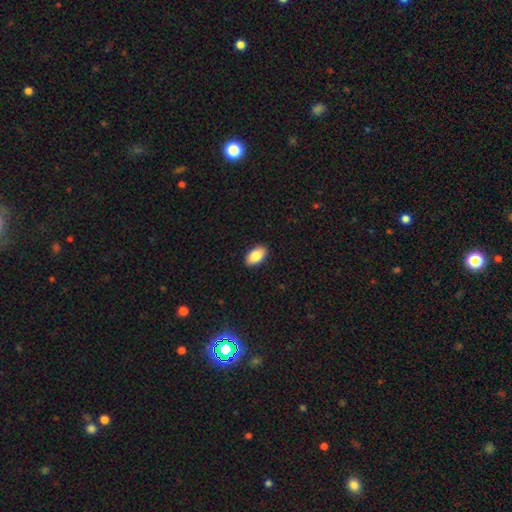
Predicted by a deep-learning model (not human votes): Morphology: type=smooth (85%); roundness=in between (94%); merging=none (90%).